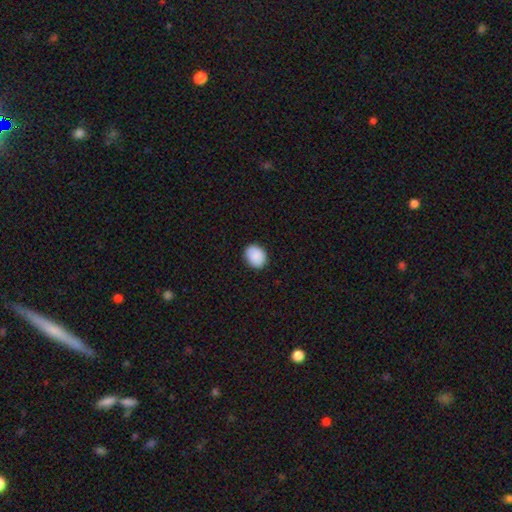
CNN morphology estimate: Smooth or featured? smooth (89%)
How rounded? round (51%)
Merging? none (88%)